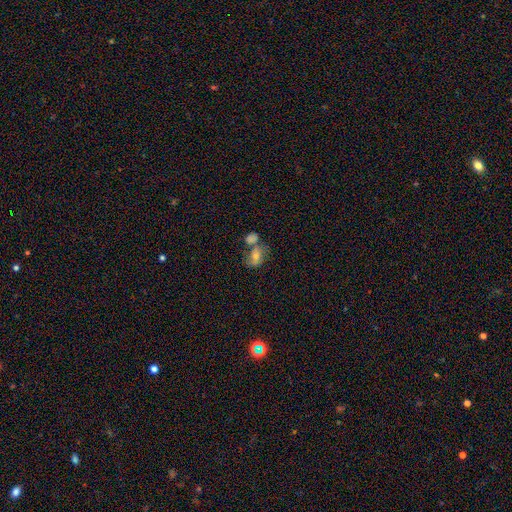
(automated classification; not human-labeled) Q: Smooth or featured?
A: smooth (53%); runner-up: featured or disk (30%)
Q: How rounded?
A: in between (66%); runner-up: round (32%)
Q: Merging?
A: none (41%); runner-up: merger (37%)